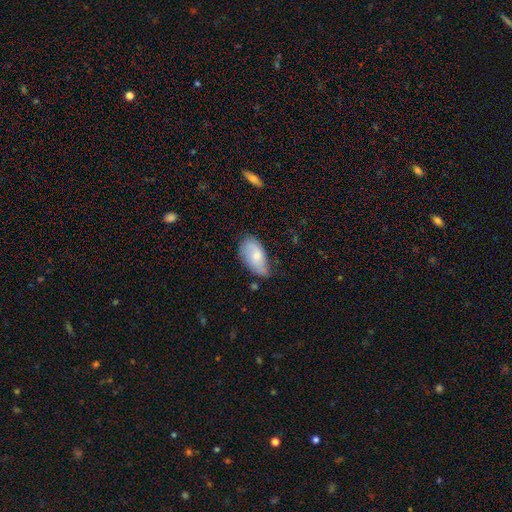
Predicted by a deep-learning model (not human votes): This is likely a smooth galaxy (65%). How rounded: clearly in between (94%). Merging: possibly none (56%).